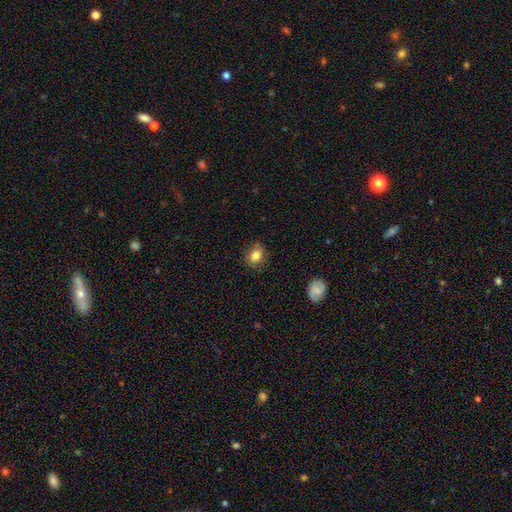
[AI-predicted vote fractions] Overall: smooth (81%). How rounded: round (50%; in between 48%). Merging: none (78%).